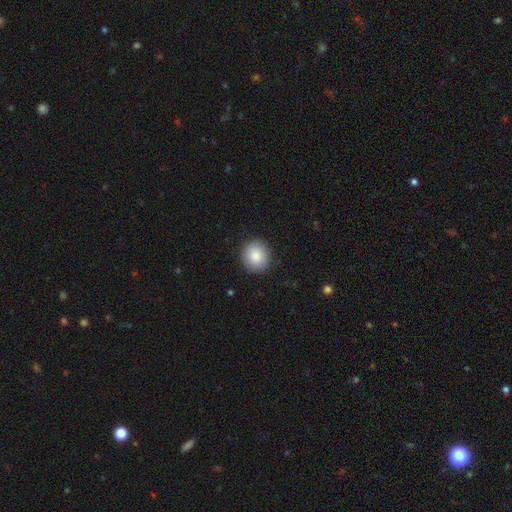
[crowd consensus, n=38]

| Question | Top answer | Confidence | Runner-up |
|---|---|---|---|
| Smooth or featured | smooth | 87% | featured or disk (8%) |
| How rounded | round | 91% | in between (9%) |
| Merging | none | 89% | minor disturbance (6%) |